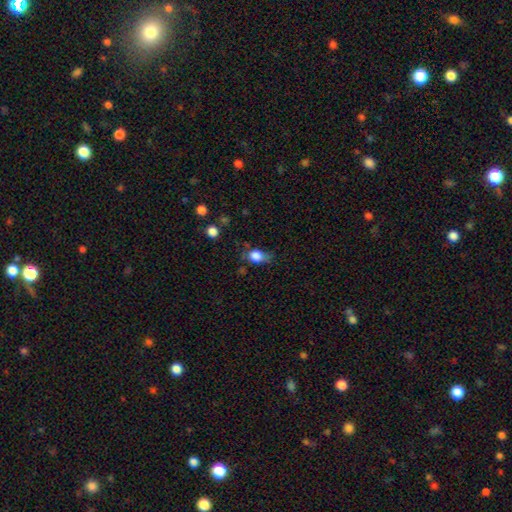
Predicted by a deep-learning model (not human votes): The model was most divided on "merging": none: 44%, minor disturbance: 34%, major disturbance: 18%, merger: 4%. More confident: smooth or featured — smooth (81%); how rounded — in between (60%).